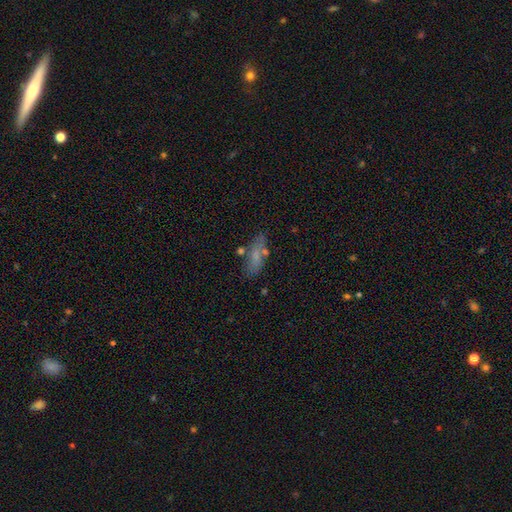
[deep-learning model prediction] Morphology: type=smooth (66%); roundness=in between (54%); merging=none (67%).